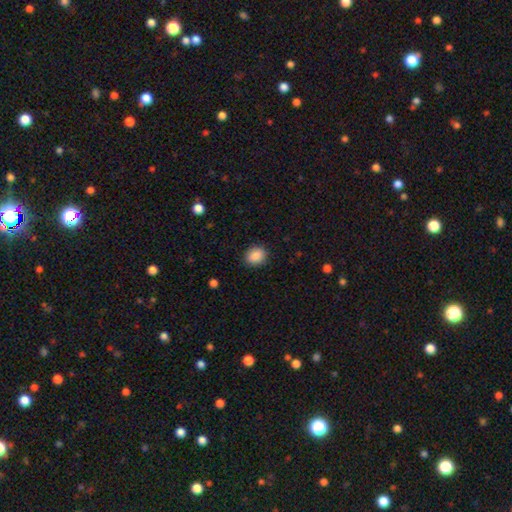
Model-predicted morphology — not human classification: Smooth or featured?
  - smooth: 88% *
  - star or artifact: 8%
  - featured or disk: 4%
How rounded?
  - round: 68% *
  - in between: 31%
  - cigar-shaped: 1%
Merging?
  - none: 89% *
  - minor disturbance: 8%
  - major disturbance: 2%
  - merger: 1%